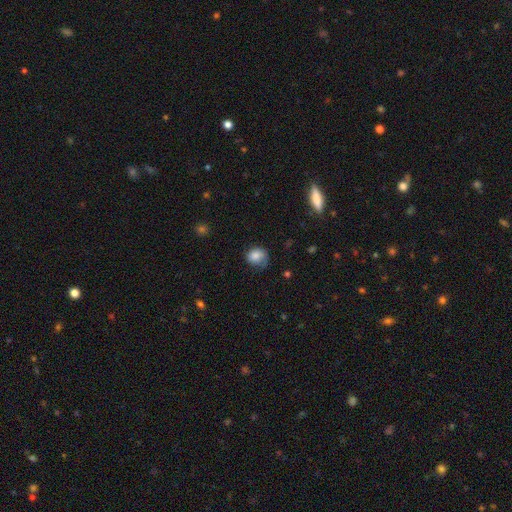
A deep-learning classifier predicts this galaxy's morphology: Smooth or featured? smooth (73%)
How rounded? round (65%)
Merging? none (51%)